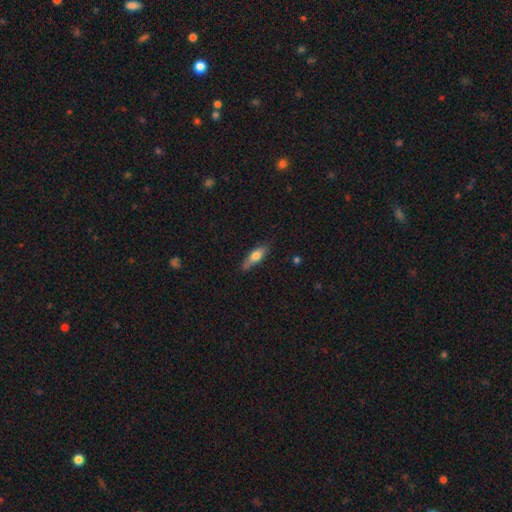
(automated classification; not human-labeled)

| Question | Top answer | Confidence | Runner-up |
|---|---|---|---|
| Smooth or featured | smooth | 64% | featured or disk (30%) |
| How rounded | in between | 51% | cigar-shaped (46%) |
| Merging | none | 76% | minor disturbance (19%) |